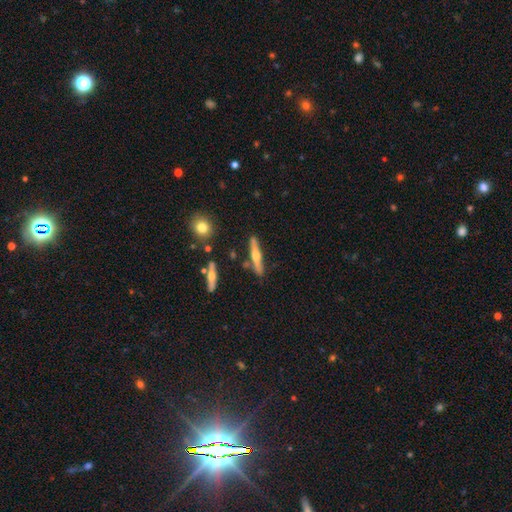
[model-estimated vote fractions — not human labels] This appears to be a featured or disk galaxy (60%) viewed edge-on (96%) with a rounded central bulge (91%). Merging: none (83%).